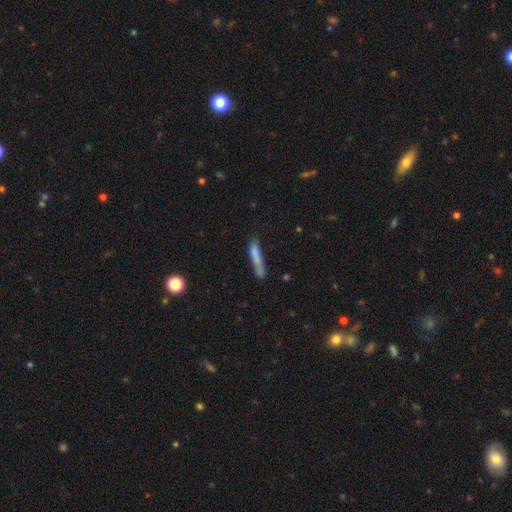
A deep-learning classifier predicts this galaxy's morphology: Smooth or featured: smooth — 72% (featured or disk — 19%)
How rounded: cigar-shaped — 88% (in between — 10%)
Merging: none — 52% (minor disturbance — 24%)